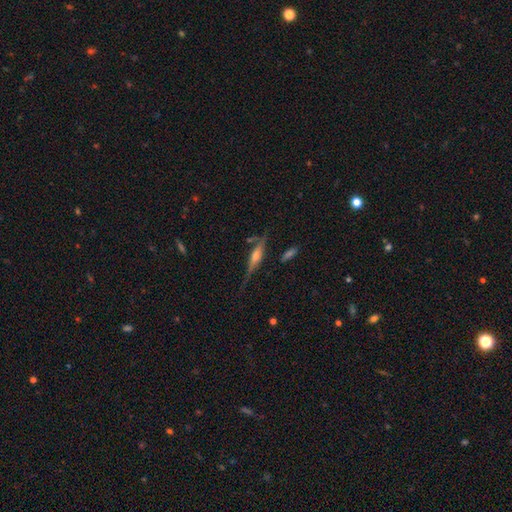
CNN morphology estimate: Overall: featured or disk (67%). Edge-on disk: yes (93%). Edge-on bulge: rounded (76%). Merging: none (66%).